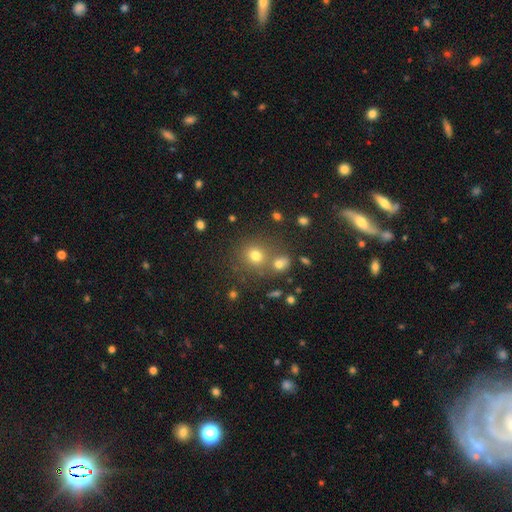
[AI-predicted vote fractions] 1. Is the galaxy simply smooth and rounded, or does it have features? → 73% smooth, 18% star or artifact, 9% featured or disk.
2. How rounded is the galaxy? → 83% round, 16% in between, 1% cigar-shaped.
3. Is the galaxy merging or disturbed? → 66% none, 21% merger, 9% minor disturbance, 4% major disturbance.